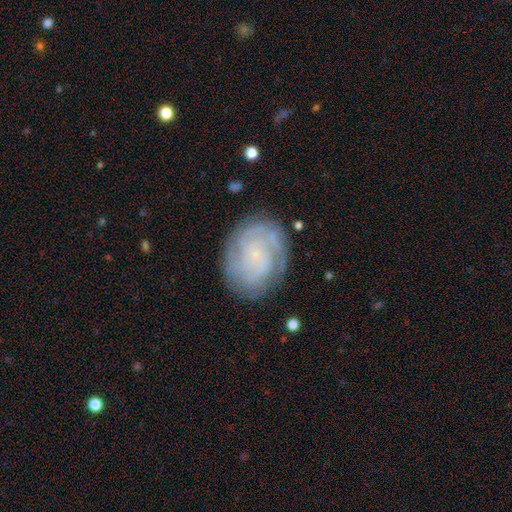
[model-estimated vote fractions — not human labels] Smooth or featured: featured or disk — 81% (smooth — 12%)
Edge-on disk: no — 98% (yes — 2%)
Bar: no — 74% (weak — 22%)
Spiral arms: yes — 96% (no — 4%)
Spiral winding: tight — 68% (medium — 27%)
Spiral arm count: 3 — 27% (can't tell — 26%)
Bulge size: small — 77% (none — 13%)
Merging: none — 78% (minor disturbance — 15%)